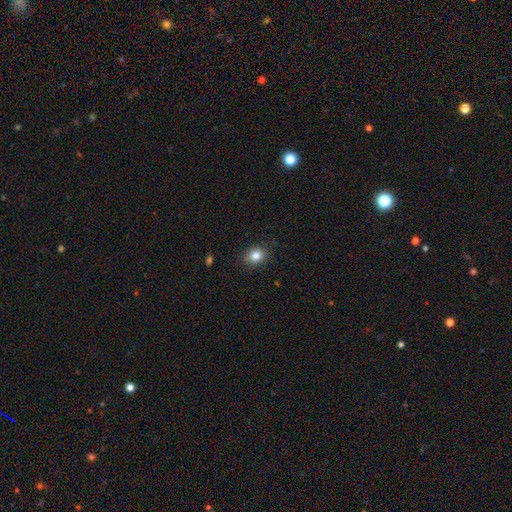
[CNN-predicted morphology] type=smooth (83%); roundness=round (56%); merging=none (87%).